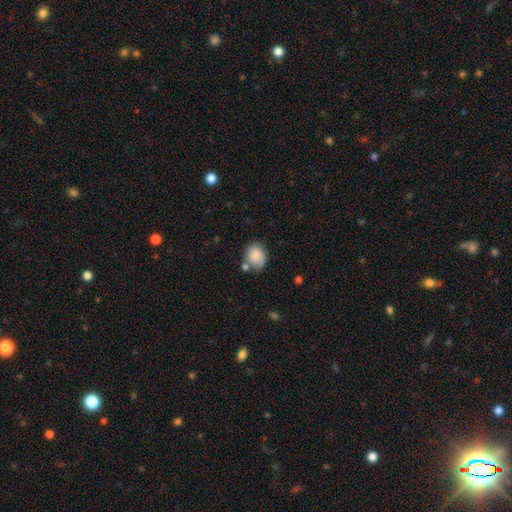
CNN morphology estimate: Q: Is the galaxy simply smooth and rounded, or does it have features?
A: smooth — 86%.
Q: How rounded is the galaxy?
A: round — 55%.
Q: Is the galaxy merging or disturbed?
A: none — 63%.